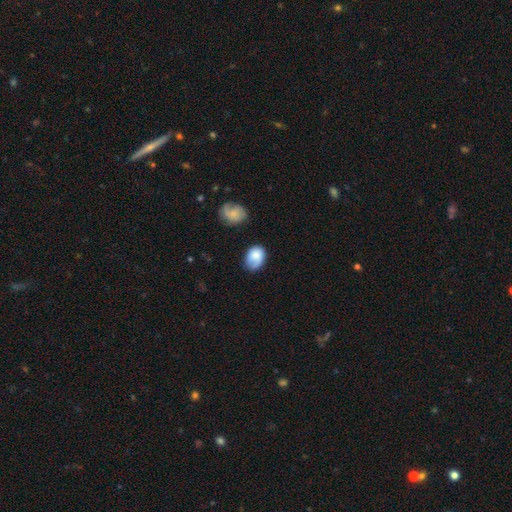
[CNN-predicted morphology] type=smooth (73%); roundness=in between (72%); merging=none (52%).